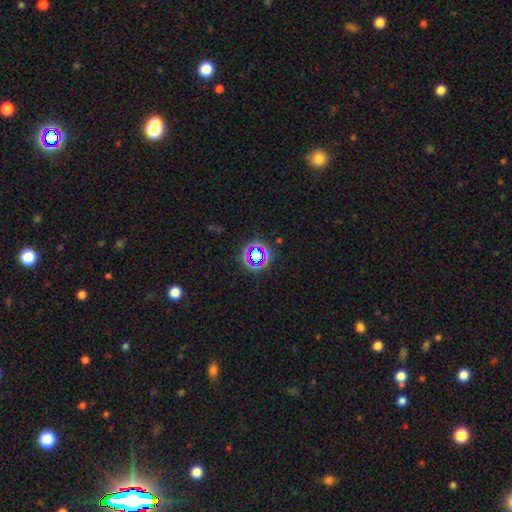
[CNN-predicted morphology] smooth-or-featured: star or artifact: 62% | smooth: 25% | featured or disk: 13%